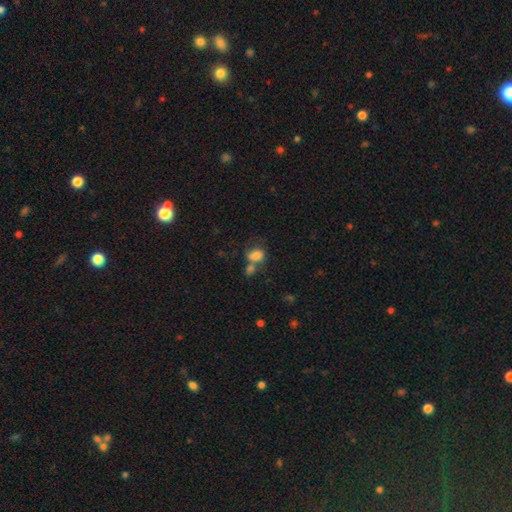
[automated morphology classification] type=smooth (79%); roundness=in between (68%); merging=merger (44%).